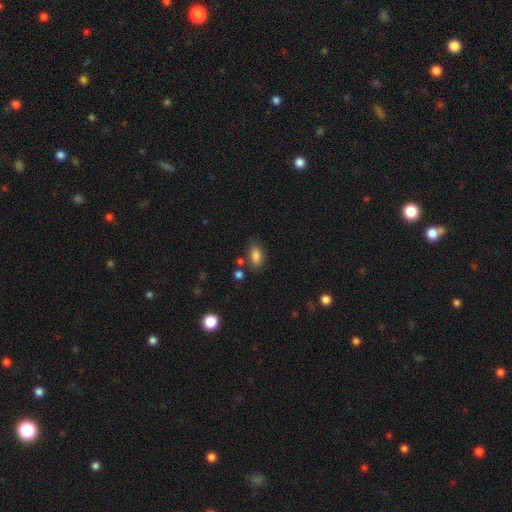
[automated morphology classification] Q: Smooth or featured?
A: smooth (85%); runner-up: star or artifact (9%)
Q: How rounded?
A: in between (88%); runner-up: round (7%)
Q: Merging?
A: none (76%); runner-up: minor disturbance (14%)